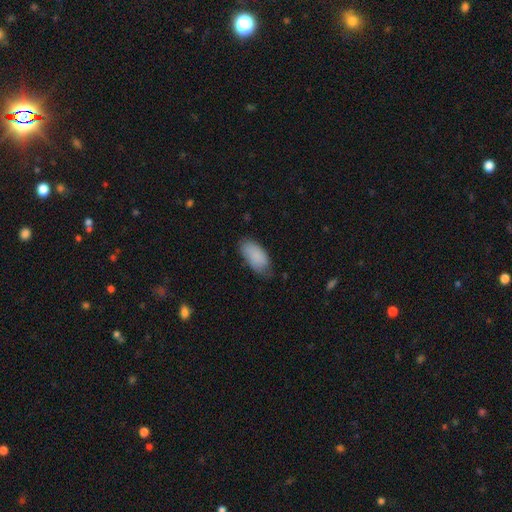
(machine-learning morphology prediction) smooth_or_featured: smooth (p=0.86) [alt: featured or disk p=0.08]
how_rounded: in between (p=0.93) [alt: cigar-shaped p=0.05]
merging: none (p=0.66) [alt: minor disturbance p=0.27]